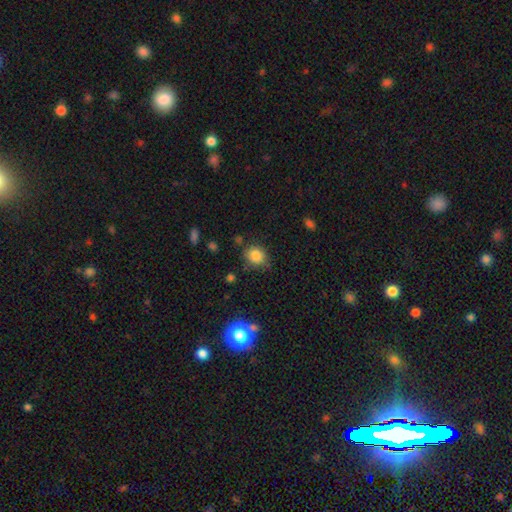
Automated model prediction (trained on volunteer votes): Smooth or featured? smooth (83%)
How rounded? round (67%)
Merging? none (74%)